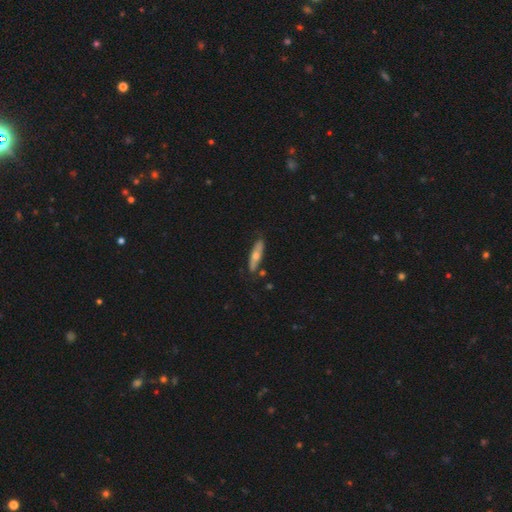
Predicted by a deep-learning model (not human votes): Smooth or featured? Predicted: featured or disk (p=0.49). Merging? Predicted: none (p=0.78).